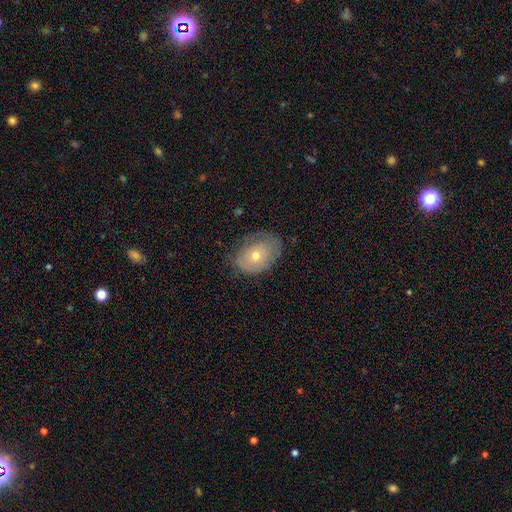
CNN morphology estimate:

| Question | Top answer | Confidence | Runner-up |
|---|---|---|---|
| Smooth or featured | smooth | 56% | featured or disk (35%) |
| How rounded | in between | 72% | round (27%) |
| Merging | none | 61% | minor disturbance (27%) |